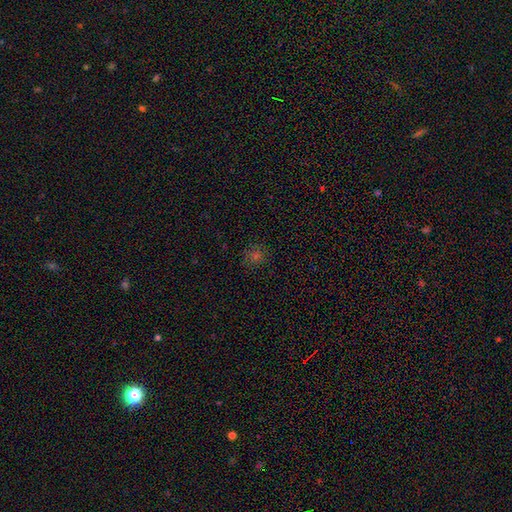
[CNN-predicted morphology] A smooth galaxy with no disk features (63%) that is round (88%). Merging: none (86%).